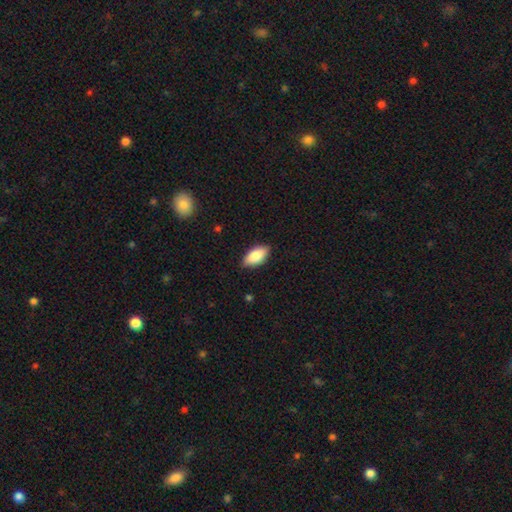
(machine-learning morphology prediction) Q: Smooth or featured?
A: smooth (85%); runner-up: featured or disk (9%)
Q: How rounded?
A: in between (92%); runner-up: cigar-shaped (5%)
Q: Merging?
A: none (86%); runner-up: minor disturbance (11%)